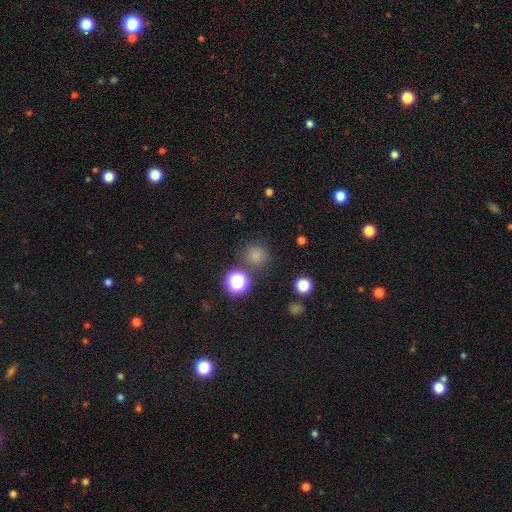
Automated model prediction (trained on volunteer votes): smooth-or-featured: smooth: 75% | star or artifact: 20% | featured or disk: 6%
  how-rounded: round: 92% | in between: 7% | cigar-shaped: 1%
  merging: none: 81% | minor disturbance: 10% | merger: 5% | major disturbance: 4%